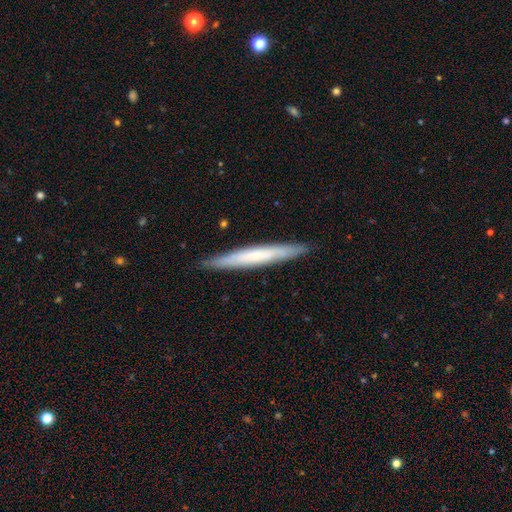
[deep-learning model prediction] smooth_or_featured: smooth (p=0.50) [alt: featured or disk p=0.44]
how_rounded: cigar-shaped (p=0.96) [alt: in between p=0.03]
merging: none (p=0.90) [alt: minor disturbance p=0.08]